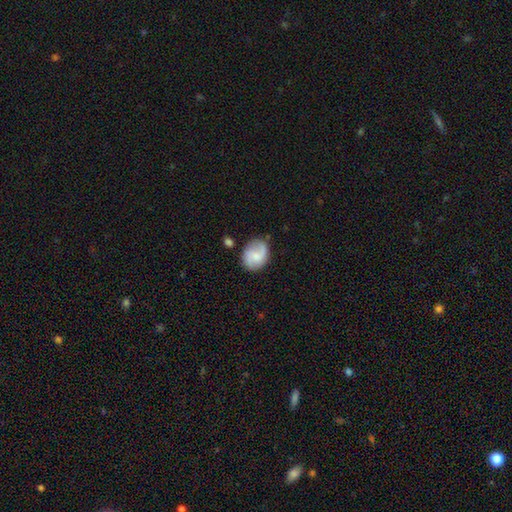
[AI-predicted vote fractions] Smooth or featured? Predicted: featured or disk (p=0.49). Merging? Predicted: none (p=0.71).